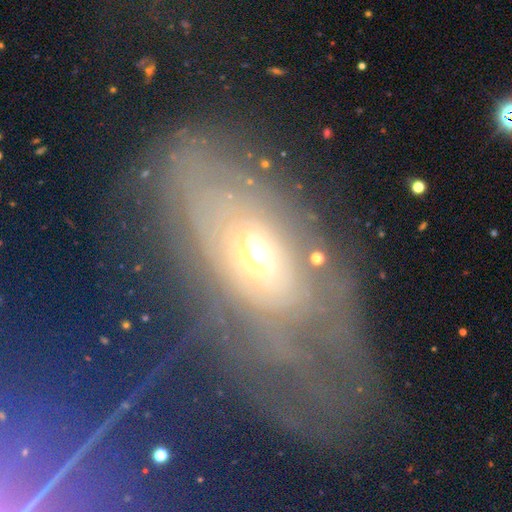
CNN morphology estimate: featured or disk 63%, smooth 24%, star or artifact 13%. Down the decision tree: edge-on disk — no (86%); bar — no (78%); spiral arms — no (52%); bulge size — moderate (55%); merging — none (42%).